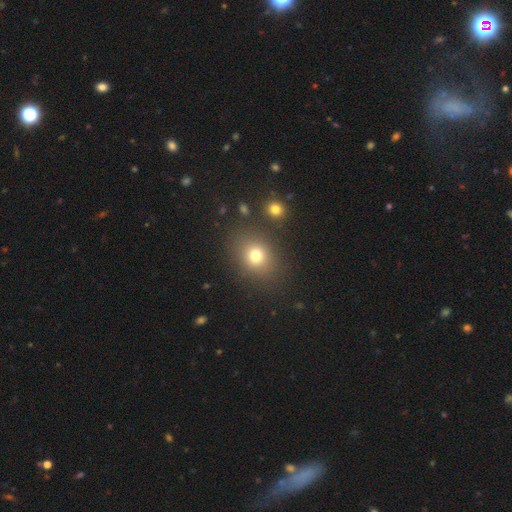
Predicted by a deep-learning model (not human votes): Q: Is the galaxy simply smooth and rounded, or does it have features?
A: smooth — 75%.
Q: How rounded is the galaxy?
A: round — 62%.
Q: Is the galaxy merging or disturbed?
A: none — 81%.